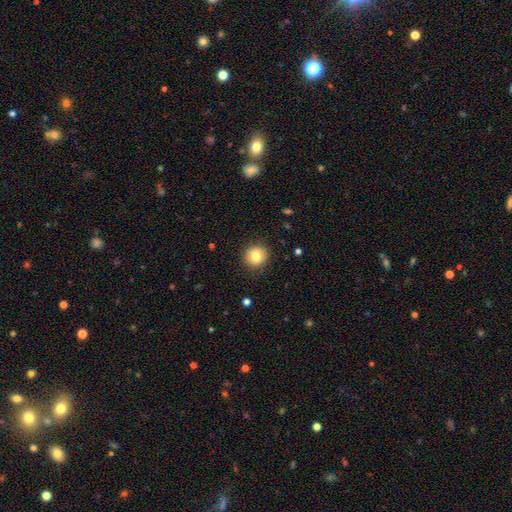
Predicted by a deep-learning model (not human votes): Overall: smooth (78%). How rounded: round (85%). Merging: none (87%).